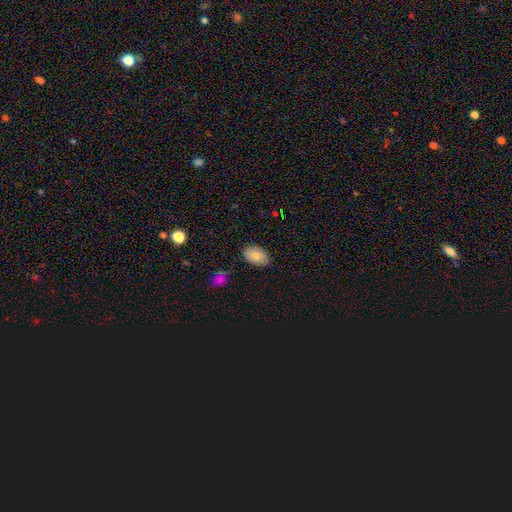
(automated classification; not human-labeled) Morphology: type=smooth (80%); roundness=in between (91%); merging=none (82%).